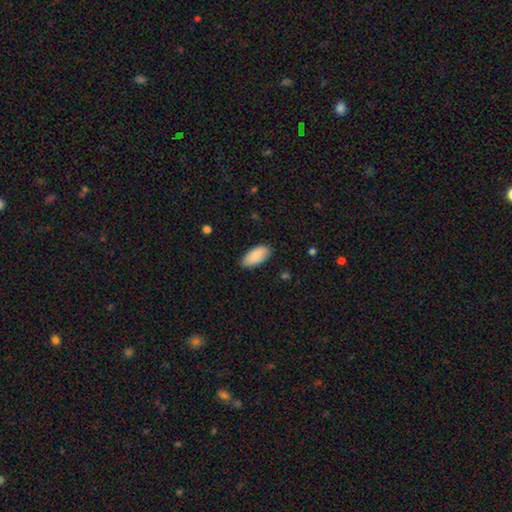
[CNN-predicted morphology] The model was most divided on "merging": none: 81%, minor disturbance: 16%, major disturbance: 2%, merger: 1%. More confident: how rounded — in between (92%); smooth or featured — smooth (88%).